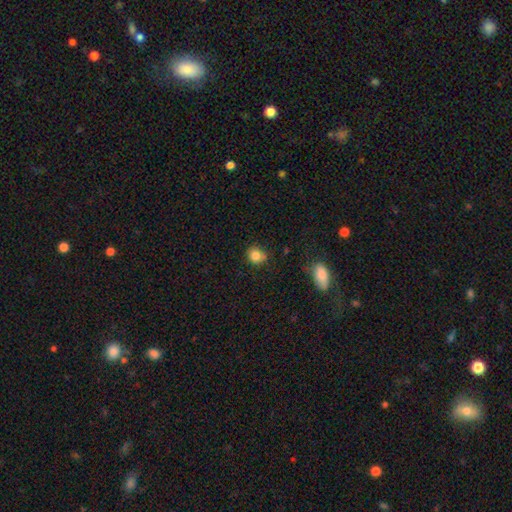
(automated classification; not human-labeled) Q: Smooth or featured?
A: smooth (82%); runner-up: star or artifact (11%)
Q: How rounded?
A: round (79%); runner-up: in between (20%)
Q: Merging?
A: none (69%); runner-up: minor disturbance (19%)